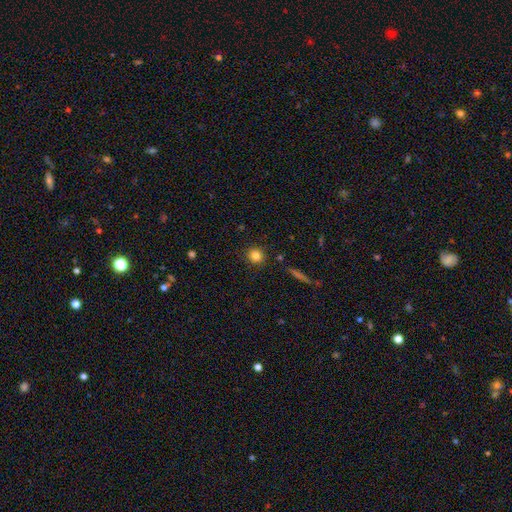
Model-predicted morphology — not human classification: A smooth galaxy with no disk features (82%) that is round (90%). Merging: none (88%).